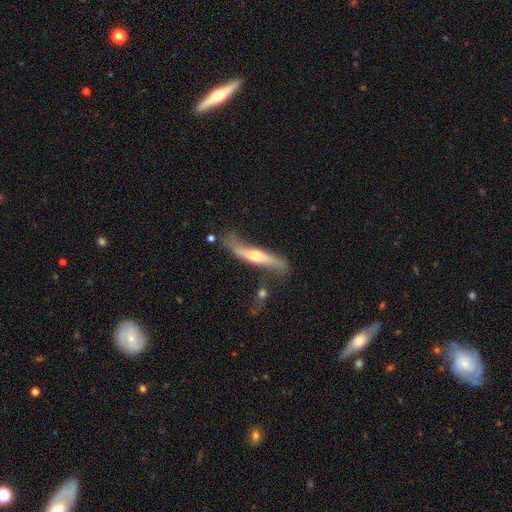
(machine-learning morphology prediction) smooth-or-featured: featured or disk: 69% | smooth: 26% | star or artifact: 5%
  disk-edge-on: yes: 73% | no: 27%
    edge-on-bulge: rounded: 79% | boxy: 12% | none: 9%
  merging: none: 56% | minor disturbance: 25% | major disturbance: 12% | merger: 8%